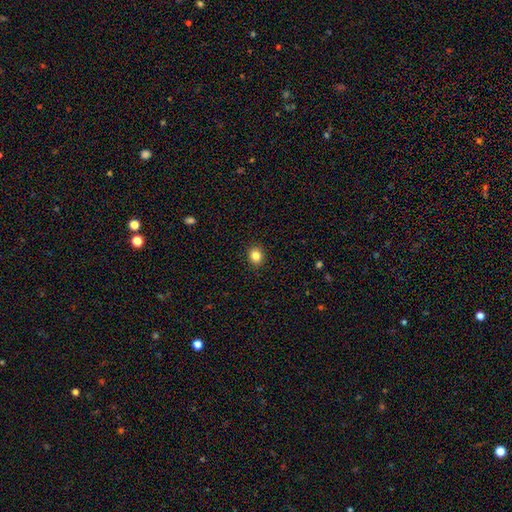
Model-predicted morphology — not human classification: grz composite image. It shows a smooth galaxy with no disk features (85%) that is round (65%). Merging: none (92%).